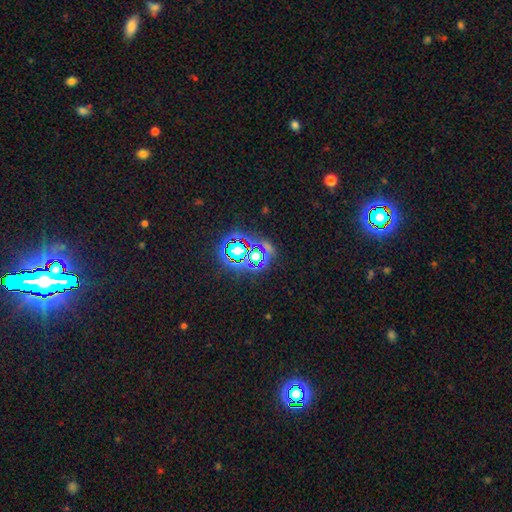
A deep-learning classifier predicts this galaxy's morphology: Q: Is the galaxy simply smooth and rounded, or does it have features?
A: star or artifact — 63%.